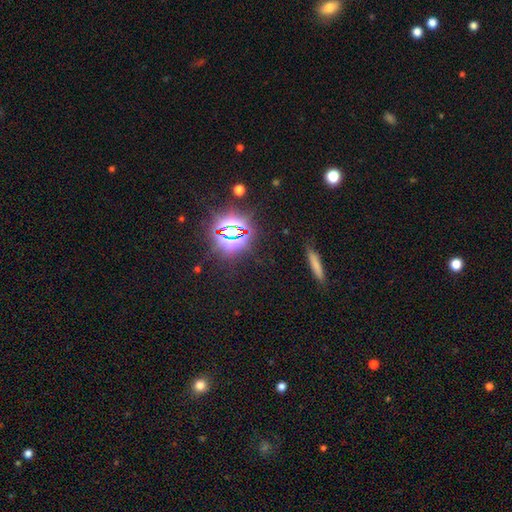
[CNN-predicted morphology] The model was most divided on "smooth or featured": star or artifact: 70%, smooth: 18%, featured or disk: 12%.